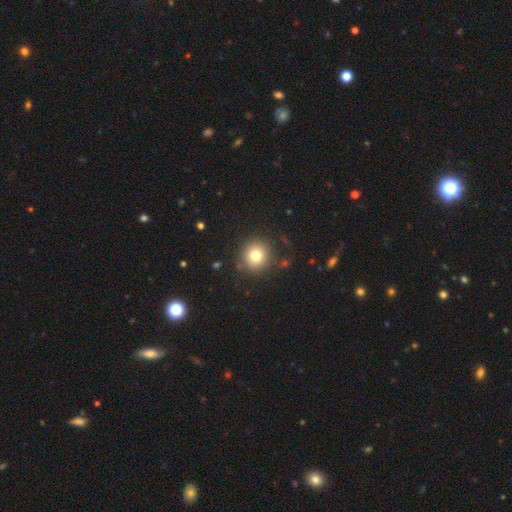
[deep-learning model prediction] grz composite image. It shows a smooth galaxy with no disk features (77%) that is round (91%). Merging: none (86%).